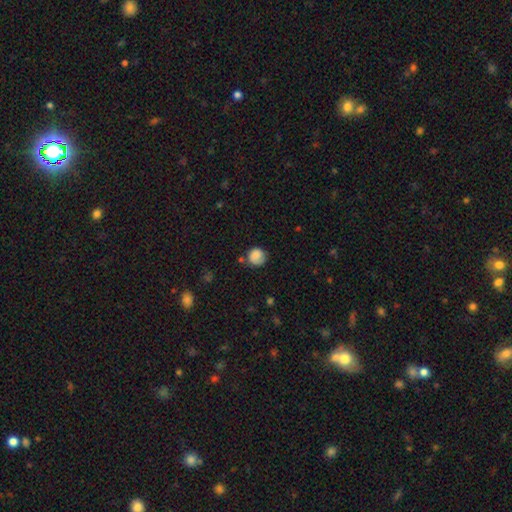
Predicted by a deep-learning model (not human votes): A smooth galaxy with no disk features (80%) that is round (84%).

Vote fractions:
- Smooth or featured? smooth: 80% / featured or disk: 11% / star or artifact: 8%
- How rounded? round: 84% / in between: 15% / cigar-shaped: 1%
- Merging? none: 63% / minor disturbance: 24% / major disturbance: 9% / merger: 4%